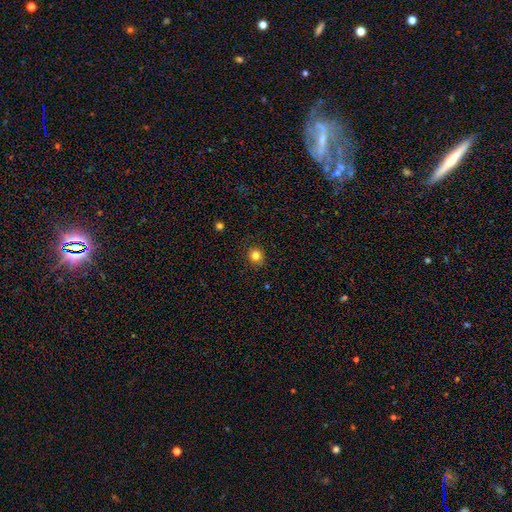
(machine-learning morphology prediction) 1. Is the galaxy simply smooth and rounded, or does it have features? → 82% smooth, 12% star or artifact, 6% featured or disk.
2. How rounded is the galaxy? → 88% round, 11% in between, 1% cigar-shaped.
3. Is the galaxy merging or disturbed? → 88% none, 8% minor disturbance, 2% major disturbance, 1% merger.